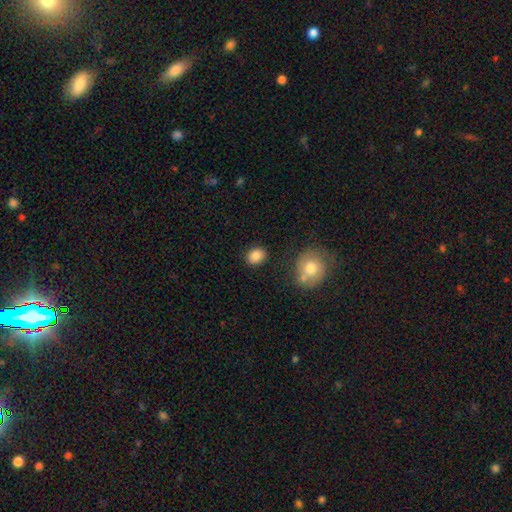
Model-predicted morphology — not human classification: This is clearly a smooth galaxy (86%). How rounded: possibly round (58%). Merging: clearly none (84%).